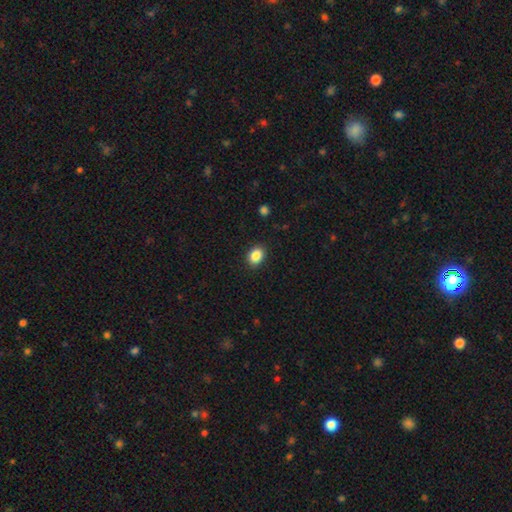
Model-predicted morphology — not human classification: smooth-or-featured: smooth: 88% | star or artifact: 9% | featured or disk: 4%
  how-rounded: in between: 69% | round: 30% | cigar-shaped: 1%
  merging: none: 89% | minor disturbance: 8% | major disturbance: 2% | merger: 1%